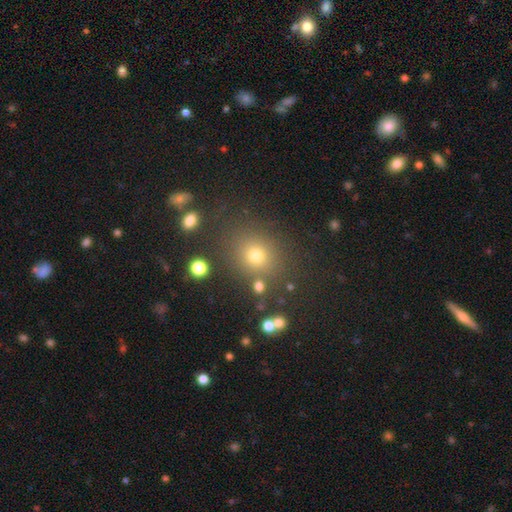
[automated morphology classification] smooth_or_featured: smooth (p=0.69) [alt: star or artifact p=0.22]
how_rounded: round (p=0.76) [alt: in between p=0.23]
merging: none (p=0.81) [alt: minor disturbance p=0.09]